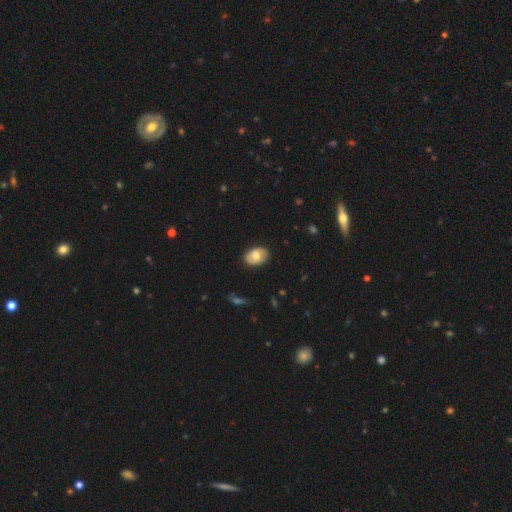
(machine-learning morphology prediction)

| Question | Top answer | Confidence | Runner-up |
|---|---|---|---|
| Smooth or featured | smooth | 68% | featured or disk (26%) |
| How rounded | in between | 86% | round (12%) |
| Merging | none | 85% | minor disturbance (12%) |